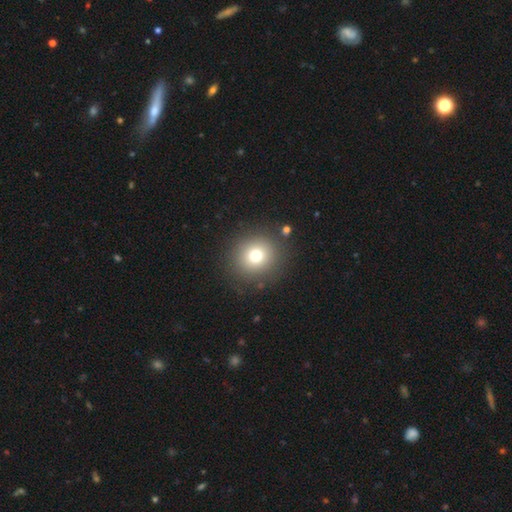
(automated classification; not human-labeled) A smooth galaxy with no disk features (75%) that is round (90%). Merging: none (87%).